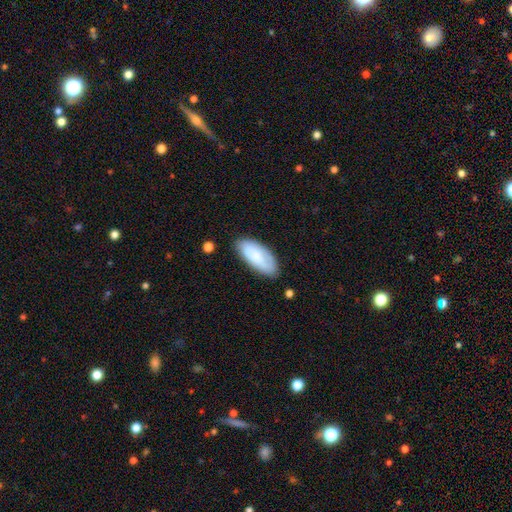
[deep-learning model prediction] smooth 68%, featured or disk 25%, star or artifact 7%. Down the decision tree: how rounded — in between (86%); merging — none (73%).